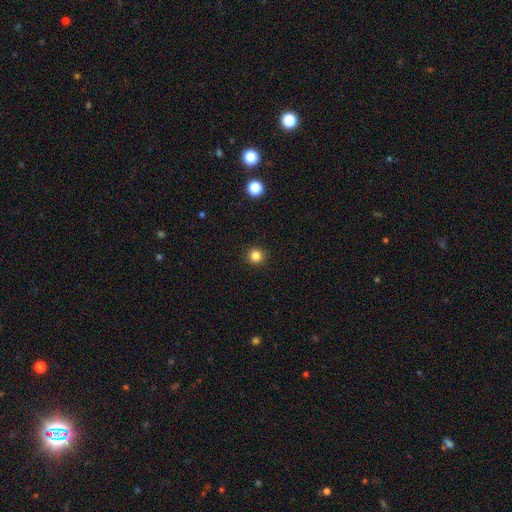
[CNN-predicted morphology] A smooth galaxy with no disk features (83%) that is round (95%). Merging: none (93%).